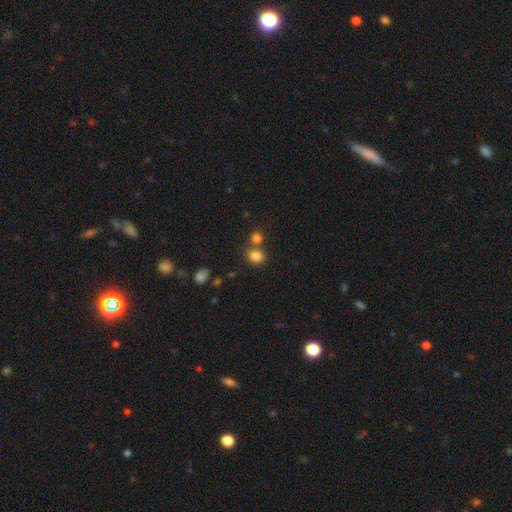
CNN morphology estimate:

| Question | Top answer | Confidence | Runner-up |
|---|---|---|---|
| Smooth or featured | smooth | 82% | star or artifact (13%) |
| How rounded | round | 71% | in between (28%) |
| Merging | none | 60% | merger (27%) |